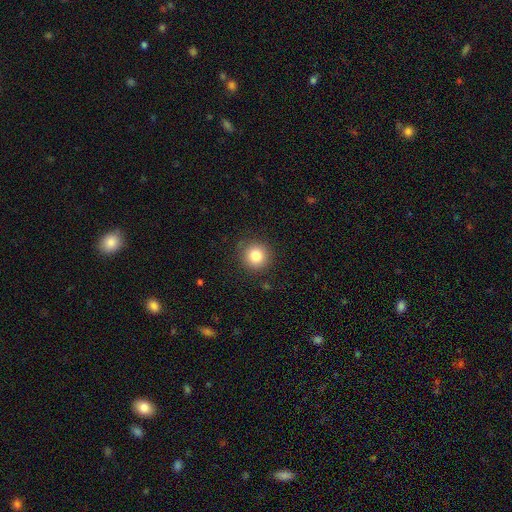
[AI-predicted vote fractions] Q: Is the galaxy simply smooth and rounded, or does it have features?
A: smooth — 83%.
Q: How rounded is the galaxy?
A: round — 94%.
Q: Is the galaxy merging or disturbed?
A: none — 89%.